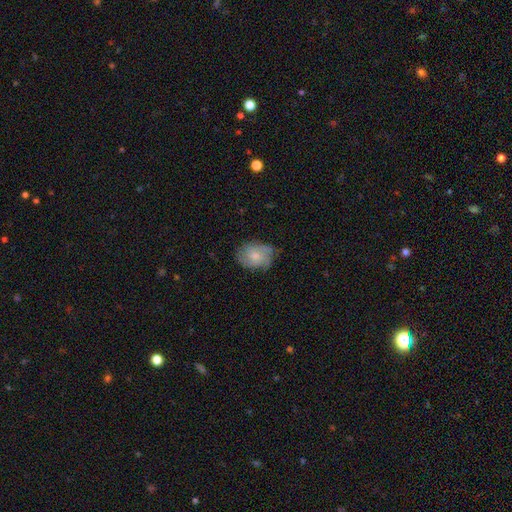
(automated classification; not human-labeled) smooth_or_featured: smooth (p=0.62) [alt: featured or disk p=0.30]
how_rounded: in between (p=0.66) [alt: round p=0.33]
merging: none (p=0.57) [alt: minor disturbance p=0.31]